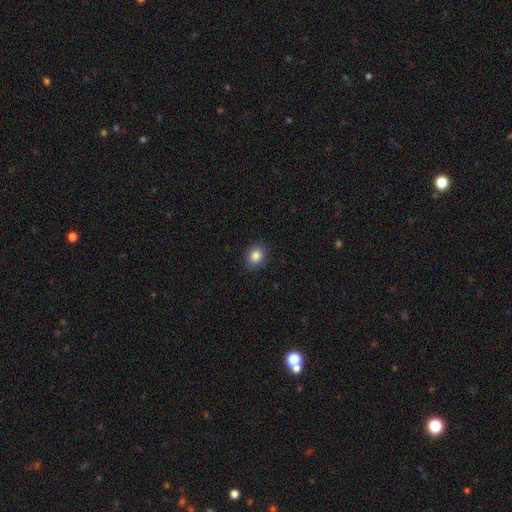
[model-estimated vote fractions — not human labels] smooth_or_featured: smooth (p=0.85) [alt: star or artifact p=0.10]
how_rounded: round (p=0.62) [alt: in between p=0.38]
merging: none (p=0.90) [alt: minor disturbance p=0.07]